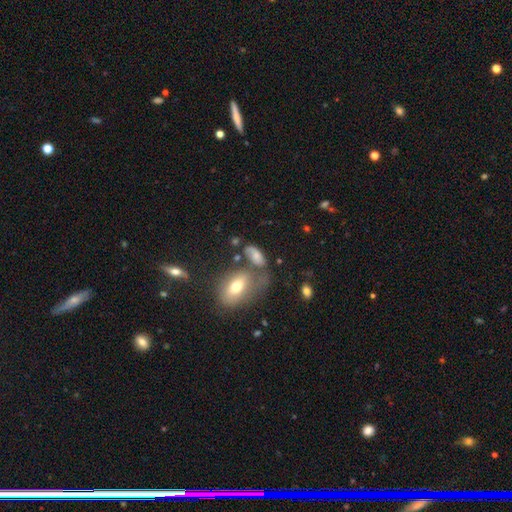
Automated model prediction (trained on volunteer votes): A smooth galaxy with no disk features (63%) that is in between round and cigar-shaped (84%). Merging: none (39%).